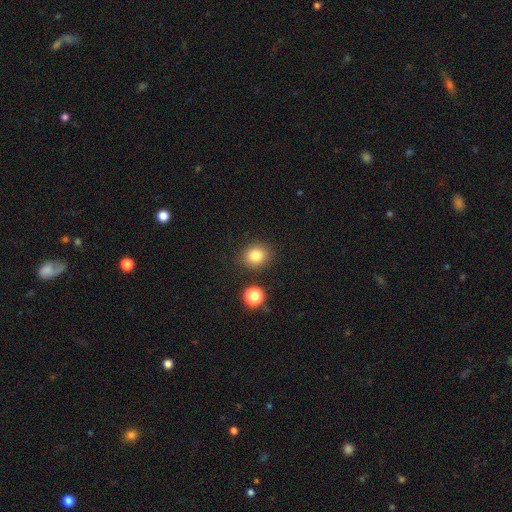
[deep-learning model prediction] Smooth or featured? smooth (82%)
How rounded? round (73%)
Merging? none (86%)